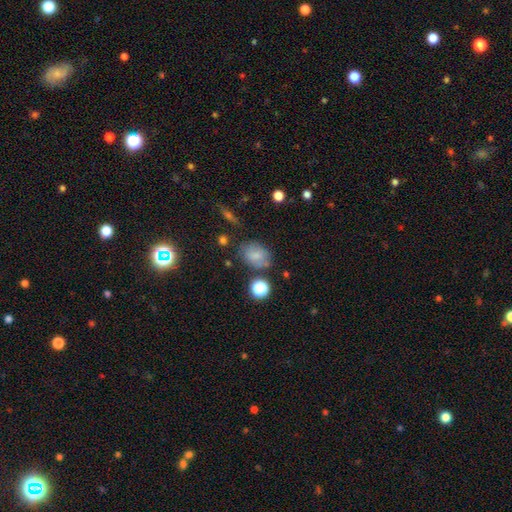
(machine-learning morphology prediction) Smooth or featured: smooth — 76% (star or artifact — 12%)
How rounded: in between — 66% (round — 33%)
Merging: none — 67% (minor disturbance — 20%)